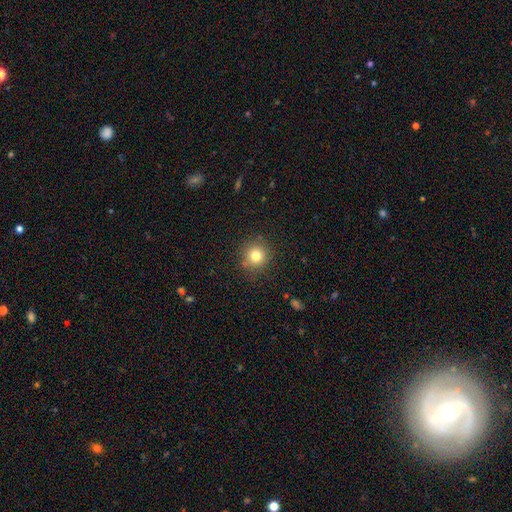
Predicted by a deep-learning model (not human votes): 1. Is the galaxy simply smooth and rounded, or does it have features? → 79% smooth, 13% star or artifact, 8% featured or disk.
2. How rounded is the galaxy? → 92% round, 7% in between, 1% cigar-shaped.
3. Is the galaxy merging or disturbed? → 85% none, 10% minor disturbance, 3% major disturbance, 2% merger.